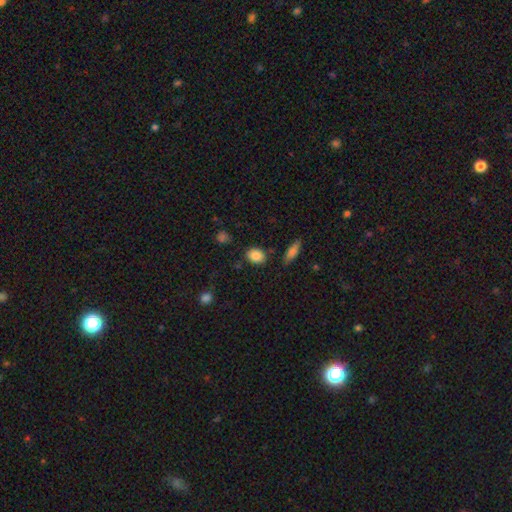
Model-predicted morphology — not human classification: Smooth or featured? smooth (87%)
How rounded? in between (67%)
Merging? none (82%)